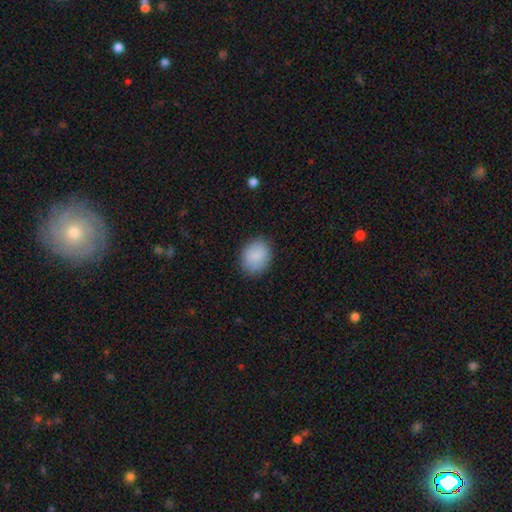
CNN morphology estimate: Smooth or featured: smooth — 87% (star or artifact — 7%)
How rounded: round — 50% (in between — 49%)
Merging: none — 84% (minor disturbance — 12%)